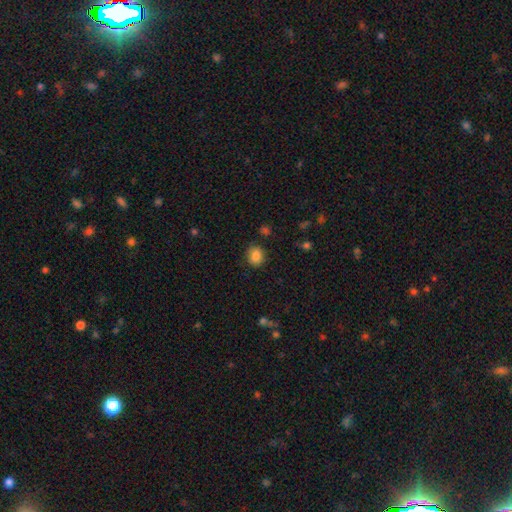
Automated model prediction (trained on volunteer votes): Smooth or featured? Predicted: smooth (p=0.86). How rounded? Predicted: round (p=0.61). Merging? Predicted: none (p=0.83).